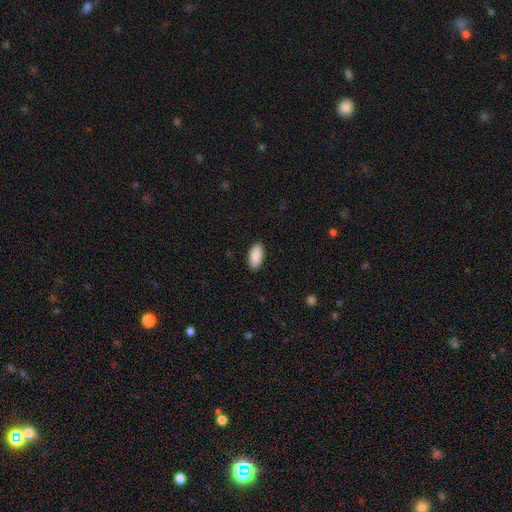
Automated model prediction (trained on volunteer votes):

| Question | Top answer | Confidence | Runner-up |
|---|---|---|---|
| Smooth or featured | smooth | 91% | star or artifact (6%) |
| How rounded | in between | 93% | cigar-shaped (5%) |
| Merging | none | 90% | minor disturbance (8%) |